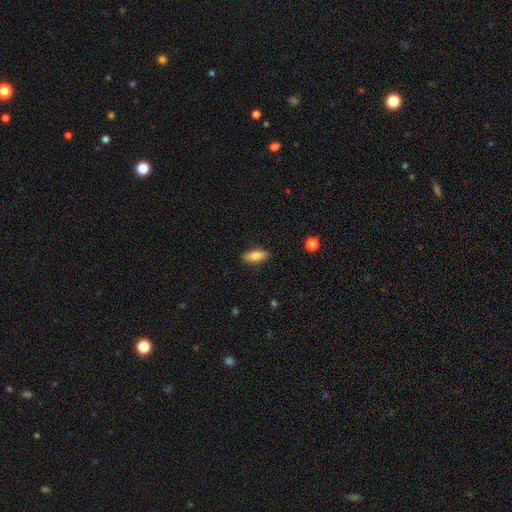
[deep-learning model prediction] This appears to be a smooth galaxy with no disk features (82%) that is in between round and cigar-shaped (67%). Merging: none (86%).